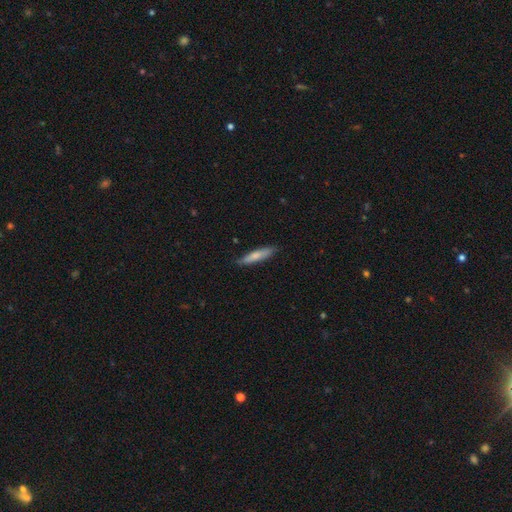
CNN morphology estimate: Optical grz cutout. It shows a smooth galaxy with no disk features (74%) that is cigar-shaped (86%). Merging: none (85%).